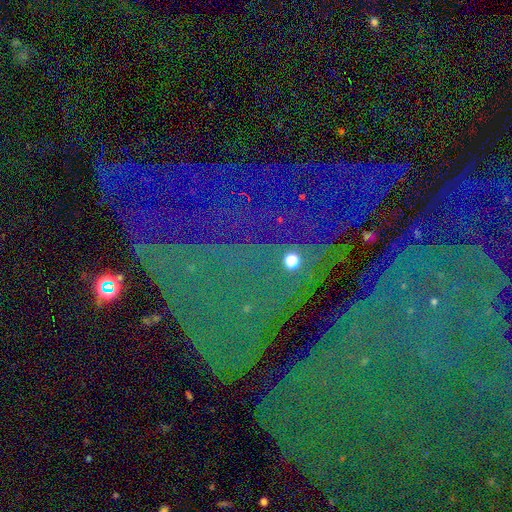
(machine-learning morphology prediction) Smooth or featured? Predicted: star or artifact (p=0.82).